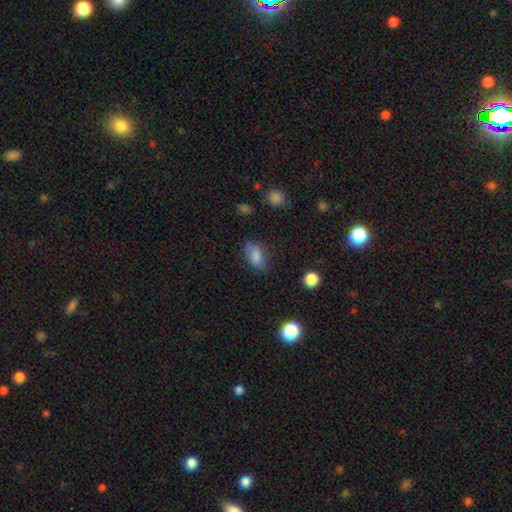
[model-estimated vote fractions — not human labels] Smooth or featured: smooth — 79% (star or artifact — 11%)
How rounded: in between — 87% (round — 7%)
Merging: none — 65% (minor disturbance — 23%)